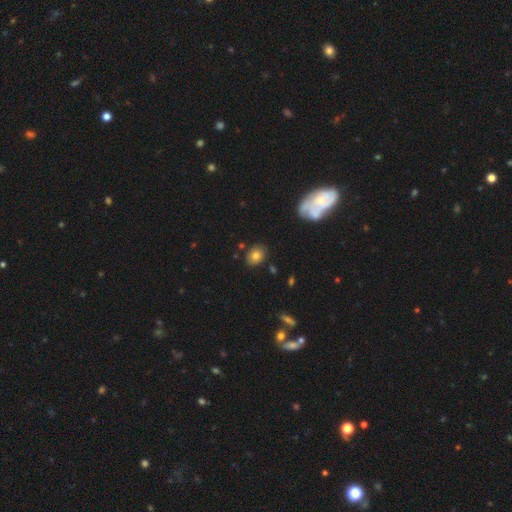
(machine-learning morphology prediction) type=smooth (76%); roundness=in between (55%); merging=none (83%).